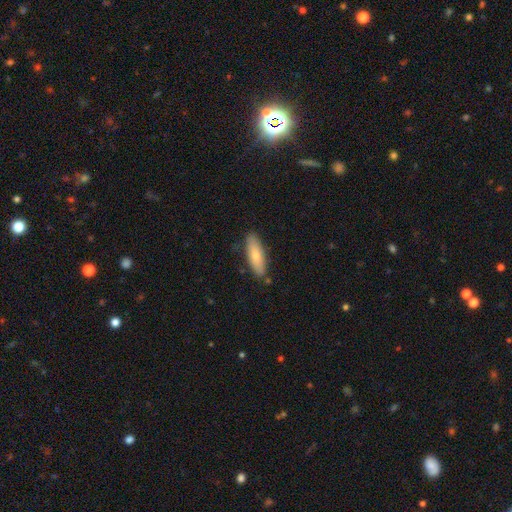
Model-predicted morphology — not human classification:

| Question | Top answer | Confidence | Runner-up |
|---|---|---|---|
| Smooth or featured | smooth | 74% | featured or disk (20%) |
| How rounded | in between | 51% | cigar-shaped (47%) |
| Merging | none | 81% | minor disturbance (13%) |